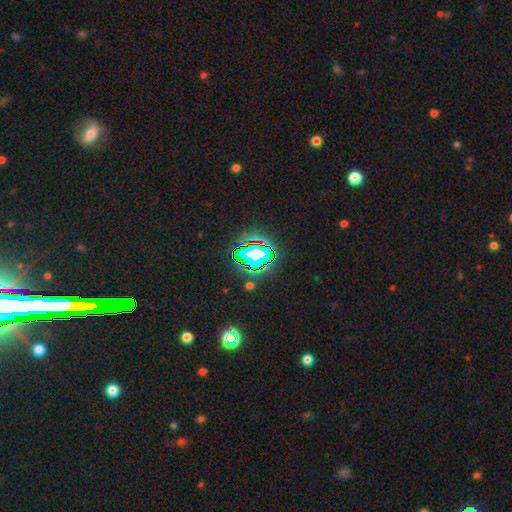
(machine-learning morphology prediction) Smooth or featured? Predicted: star or artifact (p=0.71).